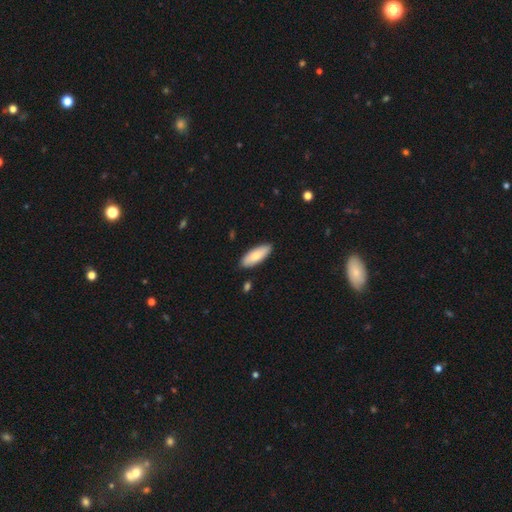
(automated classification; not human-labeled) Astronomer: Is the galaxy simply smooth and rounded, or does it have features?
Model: smooth — 77%.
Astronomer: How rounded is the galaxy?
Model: in between — 71%.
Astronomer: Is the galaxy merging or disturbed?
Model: none — 87%.